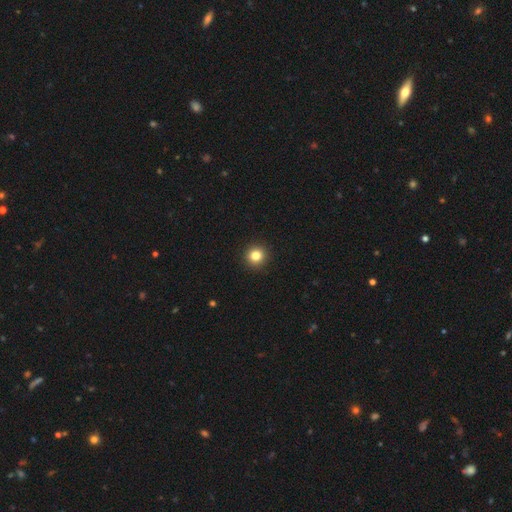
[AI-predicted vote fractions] This appears to be a smooth galaxy with no disk features (82%) that is round (94%). Merging: none (94%).